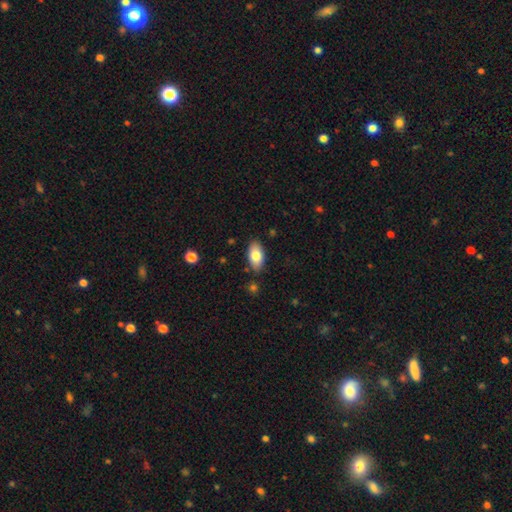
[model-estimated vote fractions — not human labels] Q: Smooth or featured?
A: smooth (80%); runner-up: featured or disk (13%)
Q: How rounded?
A: in between (93%); runner-up: cigar-shaped (4%)
Q: Merging?
A: none (84%); runner-up: minor disturbance (11%)